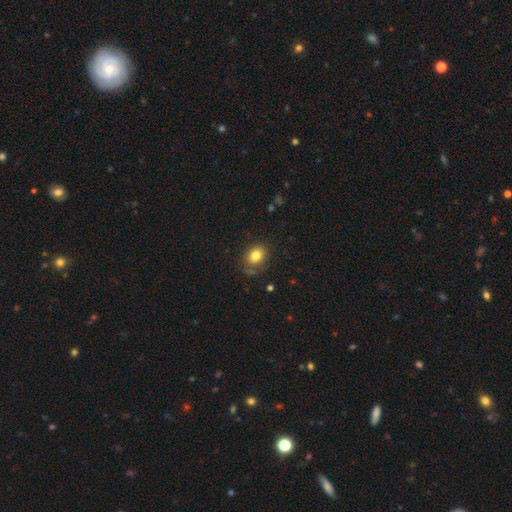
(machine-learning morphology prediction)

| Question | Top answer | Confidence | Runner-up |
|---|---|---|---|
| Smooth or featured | smooth | 81% | star or artifact (10%) |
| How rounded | in between | 61% | round (38%) |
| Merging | none | 78% | minor disturbance (15%) |